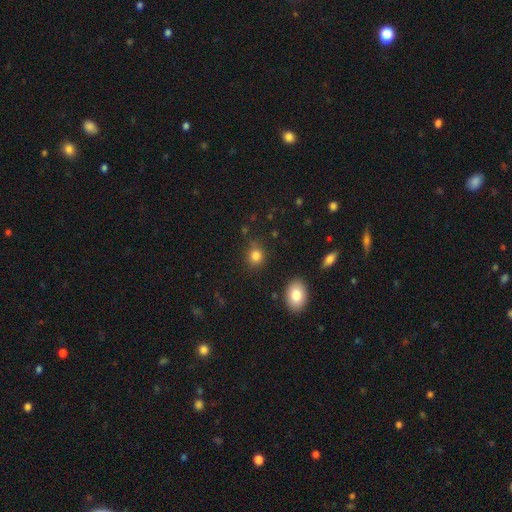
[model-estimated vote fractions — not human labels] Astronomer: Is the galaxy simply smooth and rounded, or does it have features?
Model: smooth — 84%.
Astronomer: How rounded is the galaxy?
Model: round — 74%.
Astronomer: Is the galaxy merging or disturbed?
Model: none — 80%.